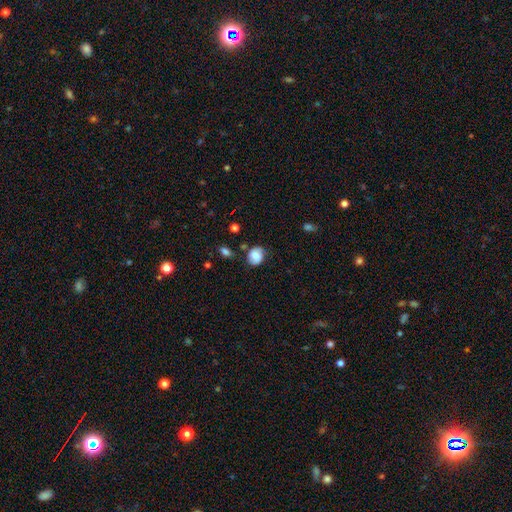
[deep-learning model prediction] Smooth or featured: smooth — 68% (featured or disk — 23%)
How rounded: round — 60% (in between — 39%)
Merging: none — 65% (minor disturbance — 23%)